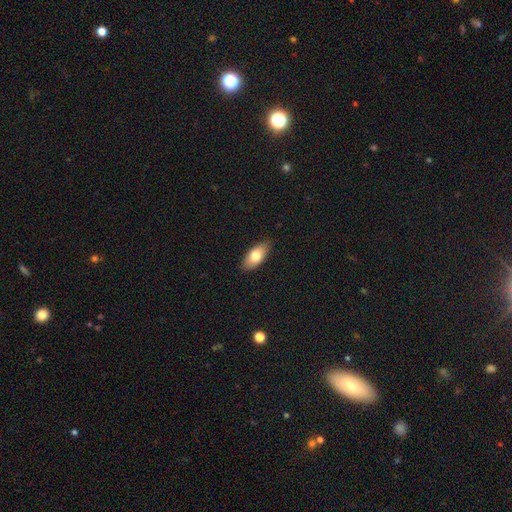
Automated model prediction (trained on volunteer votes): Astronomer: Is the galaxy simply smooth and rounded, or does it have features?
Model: smooth — 77%.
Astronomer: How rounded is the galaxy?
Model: in between — 91%.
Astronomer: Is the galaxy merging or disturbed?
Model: none — 85%.